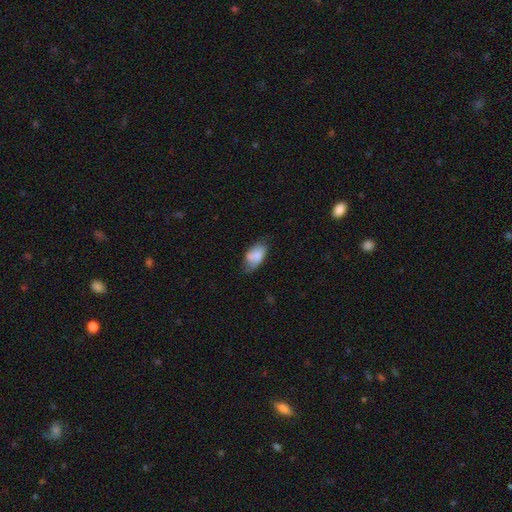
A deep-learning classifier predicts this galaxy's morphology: A smooth galaxy with no disk features (73%) that is in between round and cigar-shaped (93%).

Vote fractions:
- Smooth or featured? smooth: 73% / featured or disk: 20% / star or artifact: 7%
- How rounded? in between: 93% / round: 5% / cigar-shaped: 2%
- Merging? none: 53% / minor disturbance: 32% / major disturbance: 9% / merger: 6%